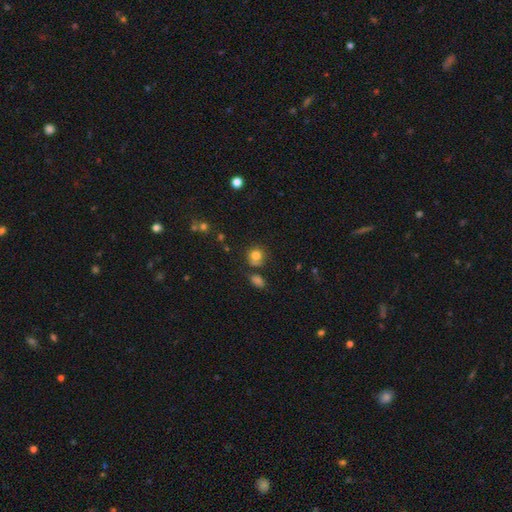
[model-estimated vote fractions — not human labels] smooth_or_featured: smooth (p=0.79) [alt: star or artifact p=0.12]
how_rounded: round (p=0.84) [alt: in between p=0.15]
merging: none (p=0.68) [alt: minor disturbance p=0.17]